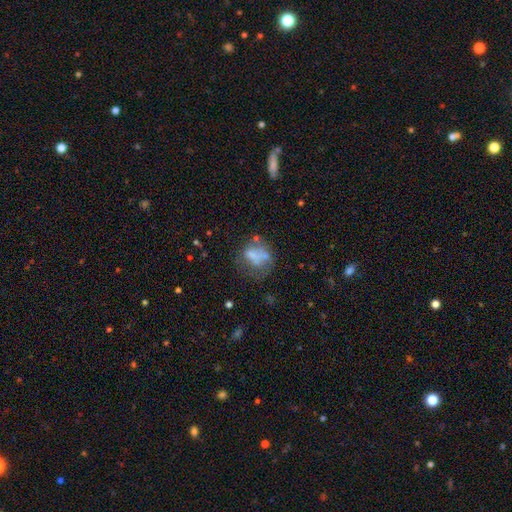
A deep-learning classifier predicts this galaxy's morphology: This appears to be a smooth galaxy with no disk features (53%) that is in between round and cigar-shaped (51%). Merging: none (33%).